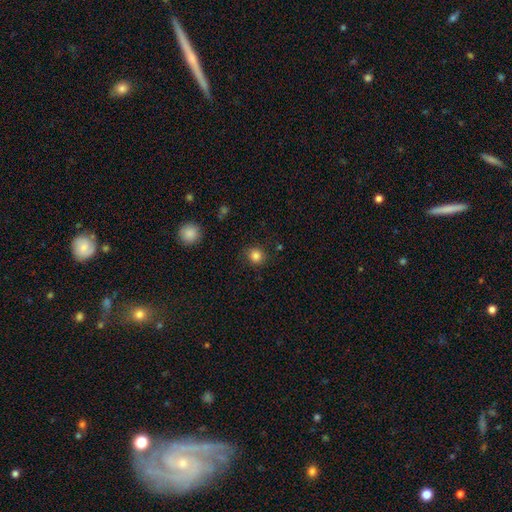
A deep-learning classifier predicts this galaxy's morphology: A smooth galaxy with no disk features (84%) that is round (89%). Merging: none (88%).